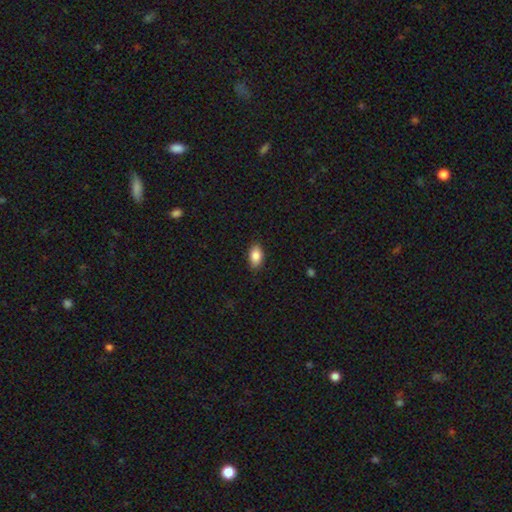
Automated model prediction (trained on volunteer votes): This appears to be a smooth galaxy with no disk features (86%) that is in between round and cigar-shaped (91%). Merging: none (86%).